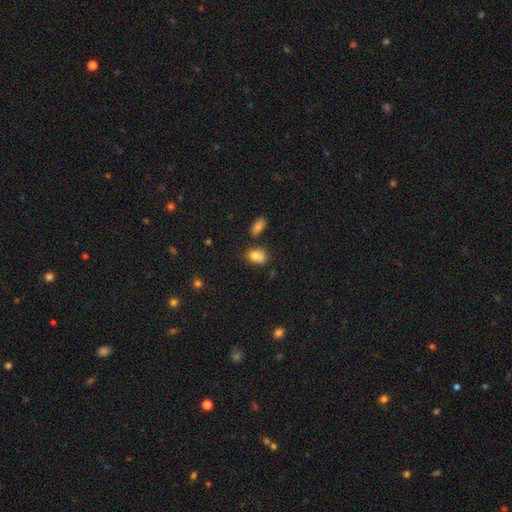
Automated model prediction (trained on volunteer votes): This appears to be a smooth galaxy with no disk features (77%) that is in between round and cigar-shaped (62%). Merging: none (42%).